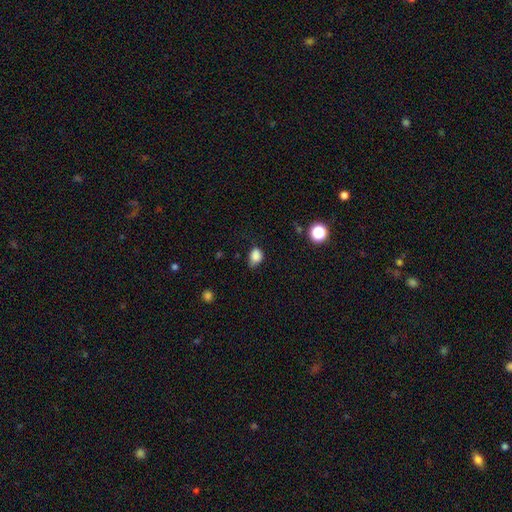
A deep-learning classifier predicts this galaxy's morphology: The model was most divided on "merging": none: 45%, minor disturbance: 41%, major disturbance: 12%, merger: 2%. More confident: smooth or featured — smooth (84%); how rounded — in between (59%).